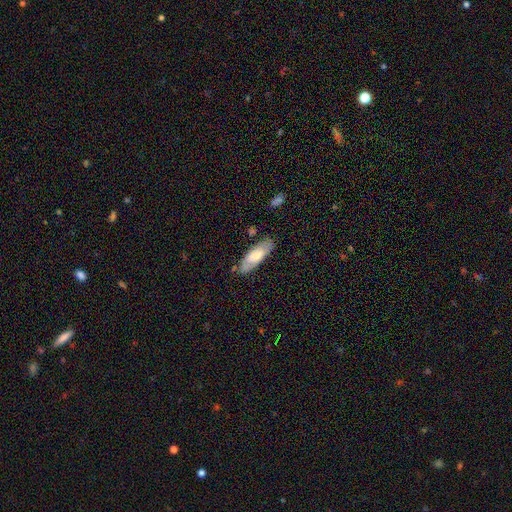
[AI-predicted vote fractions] This is likely a smooth galaxy (63%). How rounded: likely in between (66%). Merging: likely none (78%).